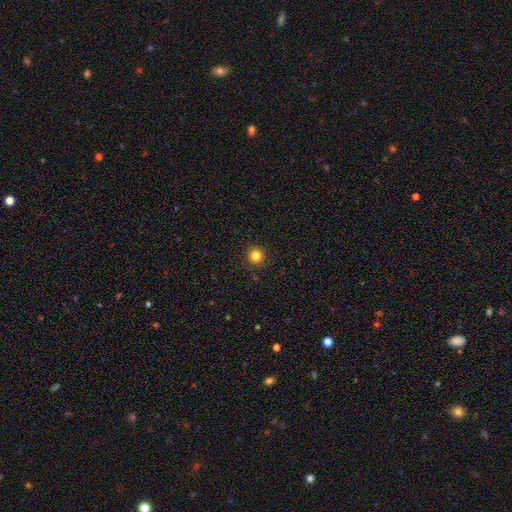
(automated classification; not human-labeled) Smooth or featured: smooth — 82% (star or artifact — 13%)
How rounded: round — 95% (in between — 4%)
Merging: none — 93% (minor disturbance — 4%)